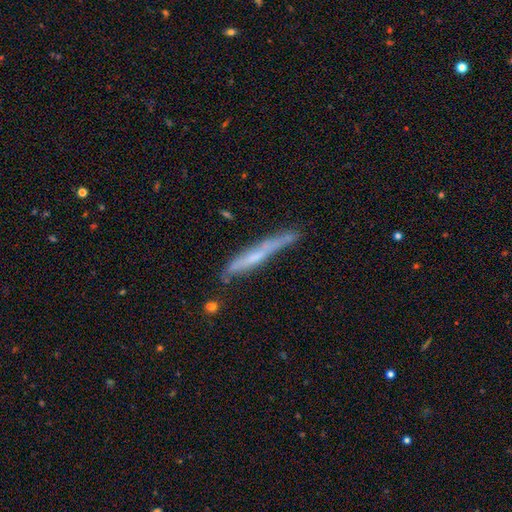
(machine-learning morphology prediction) Smooth or featured? Predicted: featured or disk (p=0.52). Edge-on disk? Predicted: yes (p=0.89). Merging? Predicted: none (p=0.66).